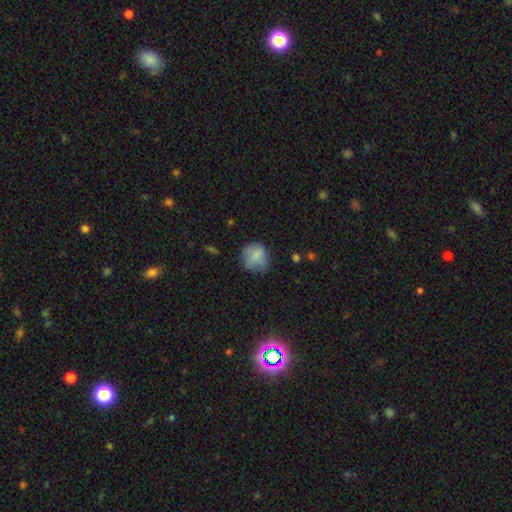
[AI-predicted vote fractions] smooth-or-featured: smooth: 82% | featured or disk: 9% | star or artifact: 8%
  how-rounded: round: 85% | in between: 14% | cigar-shaped: 1%
  merging: none: 66% | minor disturbance: 25% | major disturbance: 7% | merger: 2%